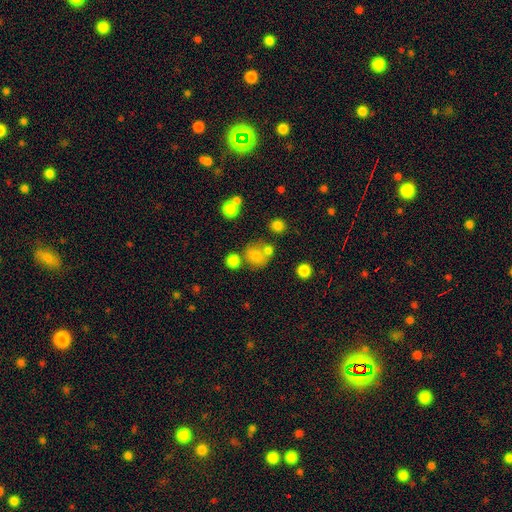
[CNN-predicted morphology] This is likely a smooth galaxy (72%). How rounded: likely round (80%). Merging: possibly none (57%).